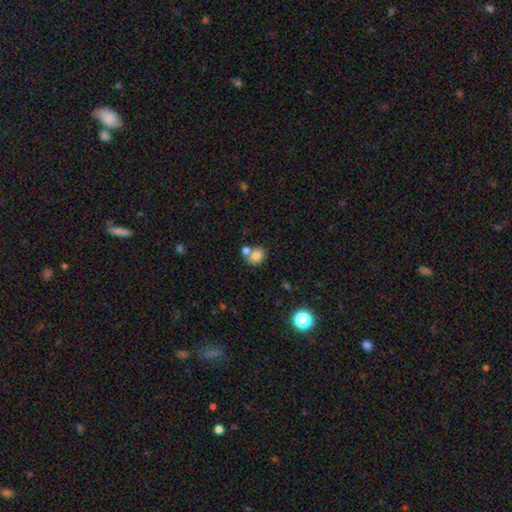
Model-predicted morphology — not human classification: Smooth or featured? smooth (78%)
How rounded? round (65%)
Merging? none (51%)